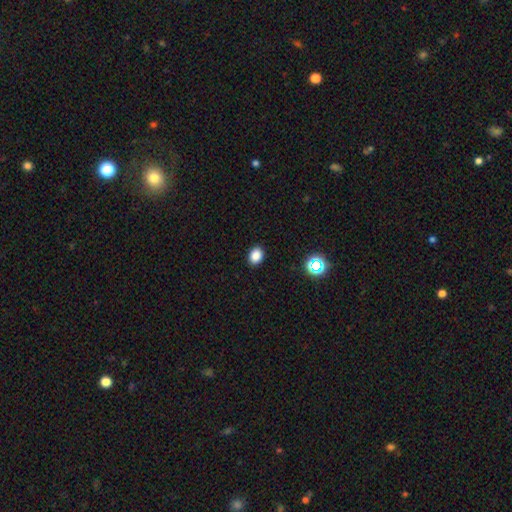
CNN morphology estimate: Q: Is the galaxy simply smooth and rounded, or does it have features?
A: smooth — 84%.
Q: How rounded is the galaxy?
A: in between — 61%.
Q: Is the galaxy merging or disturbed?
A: none — 90%.